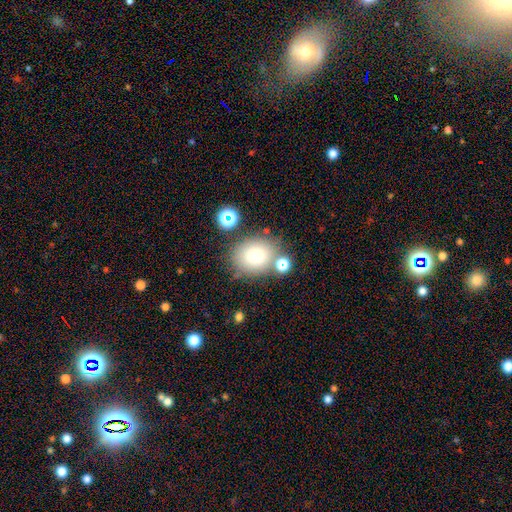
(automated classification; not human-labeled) Smooth or featured? Predicted: smooth (p=0.74). How rounded? Predicted: round (p=0.58). Merging? Predicted: none (p=0.70).